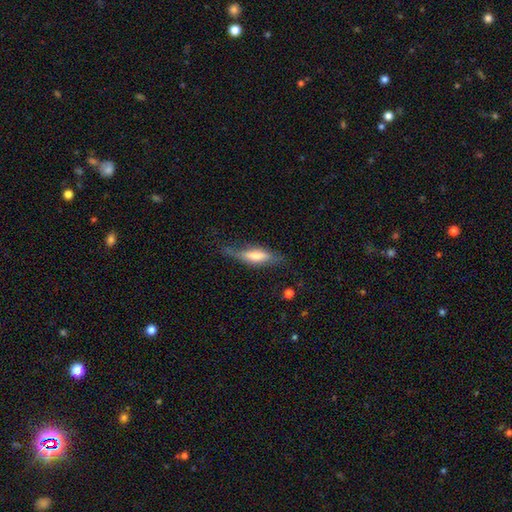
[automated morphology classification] This appears to be a smooth galaxy with no disk features (52%) that is cigar-shaped (57%). Merging: none (54%).